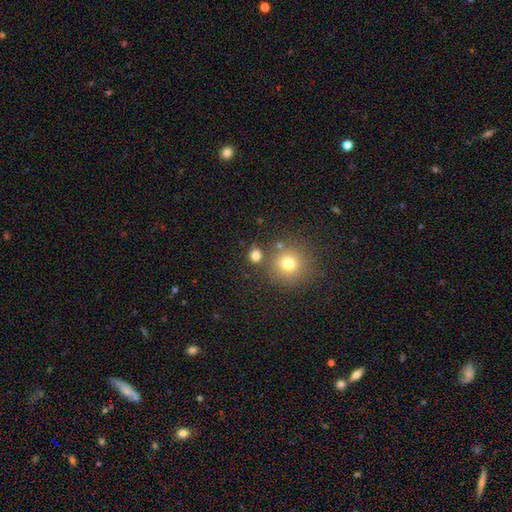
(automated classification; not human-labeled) Smooth or featured? Predicted: smooth (p=0.77). How rounded? Predicted: round (p=0.82). Merging? Predicted: none (p=0.75).